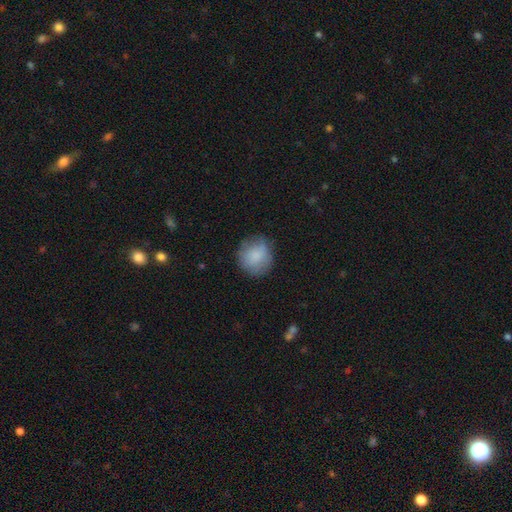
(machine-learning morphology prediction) smooth 83%, featured or disk 10%, star or artifact 7%. Down the decision tree: how rounded — round (89%); merging — none (76%).